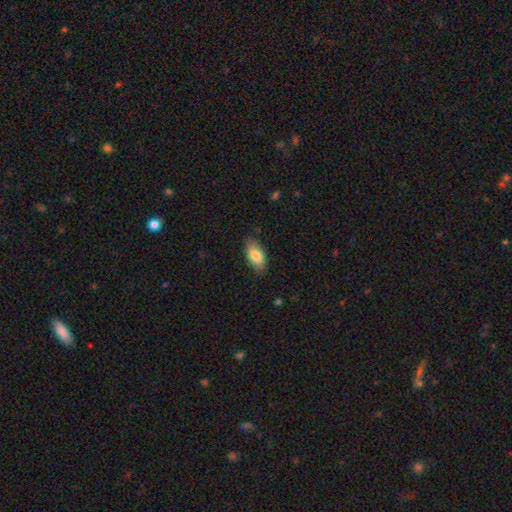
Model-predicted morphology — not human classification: Smooth or featured? Predicted: smooth (p=0.83). How rounded? Predicted: in between (p=0.91). Merging? Predicted: none (p=0.83).